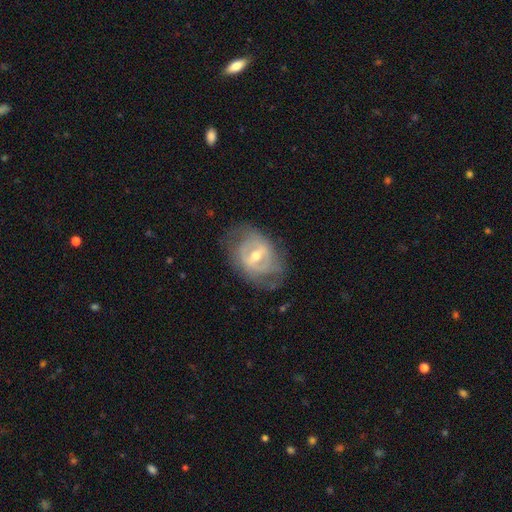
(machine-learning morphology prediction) Overall: featured or disk (77%). Edge-on disk: no (94%). Bar: weak (44%; strong 41%). Spiral arms: yes (66%; no 34%). Bulge size: moderate (65%; small 30%). Merging: none (65%).